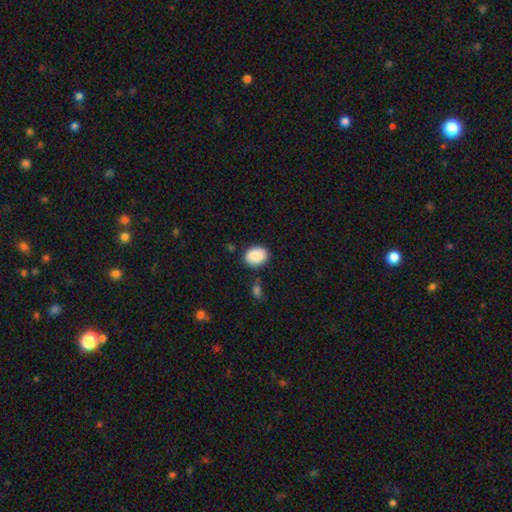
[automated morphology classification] A smooth galaxy with no disk features (88%) that is in between round and cigar-shaped (59%). Merging: none (78%).